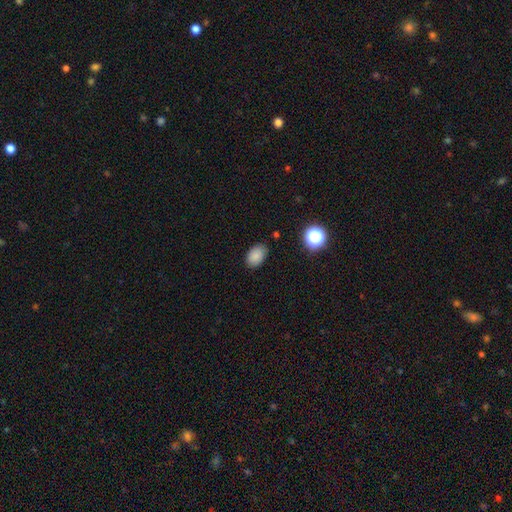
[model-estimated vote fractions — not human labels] This appears to be a smooth galaxy with no disk features (85%) that is in between round and cigar-shaped (87%). Merging: none (82%).